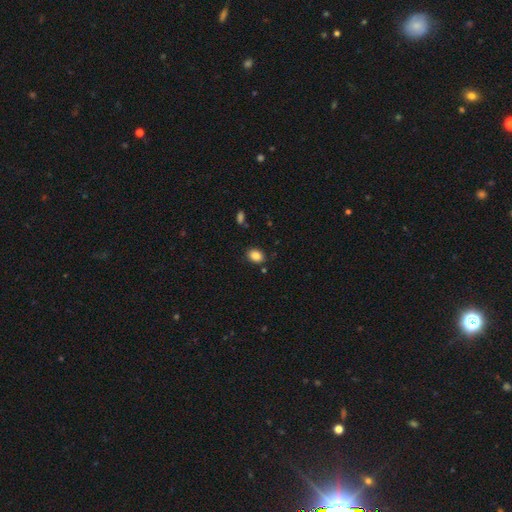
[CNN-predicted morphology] smooth 86%, star or artifact 9%, featured or disk 4%. Down the decision tree: how rounded — in between (68%); merging — none (84%).